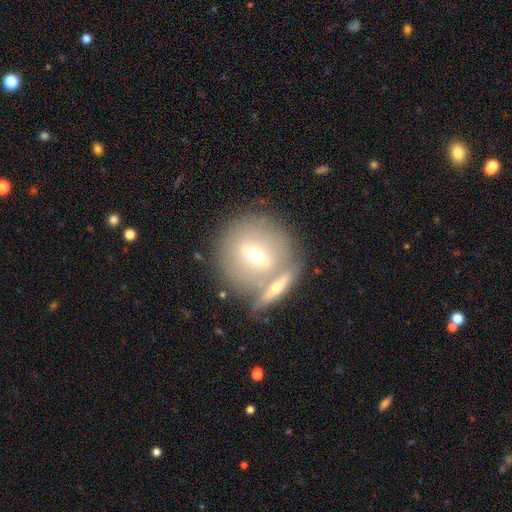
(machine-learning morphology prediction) This appears to be a featured or disk galaxy (53%). Merging: none (59%).